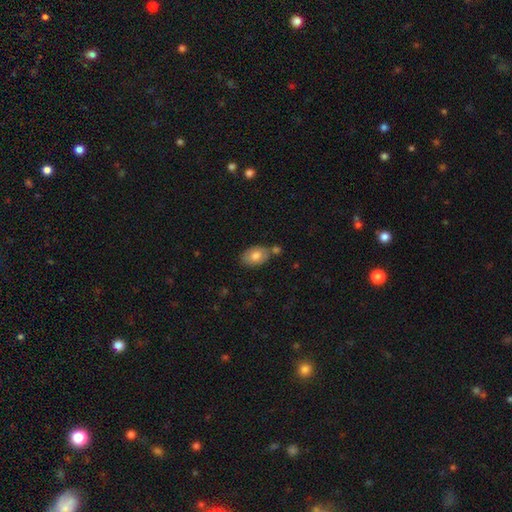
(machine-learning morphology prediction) Smooth or featured: smooth — 73% (featured or disk — 20%)
How rounded: in between — 88% (round — 11%)
Merging: none — 61% (minor disturbance — 17%)